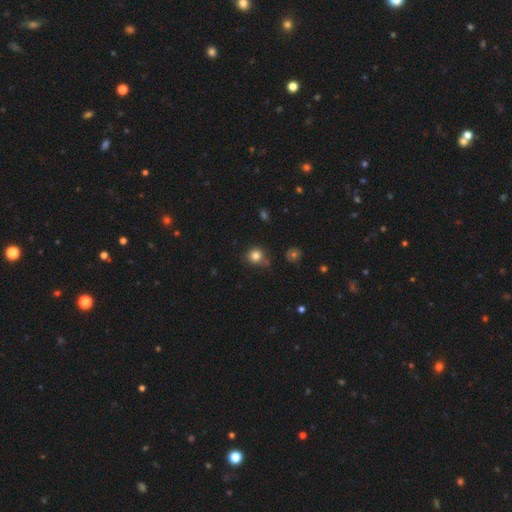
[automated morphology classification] Q: Smooth or featured?
A: smooth (80%); runner-up: star or artifact (13%)
Q: How rounded?
A: round (87%); runner-up: in between (13%)
Q: Merging?
A: none (73%); runner-up: minor disturbance (16%)